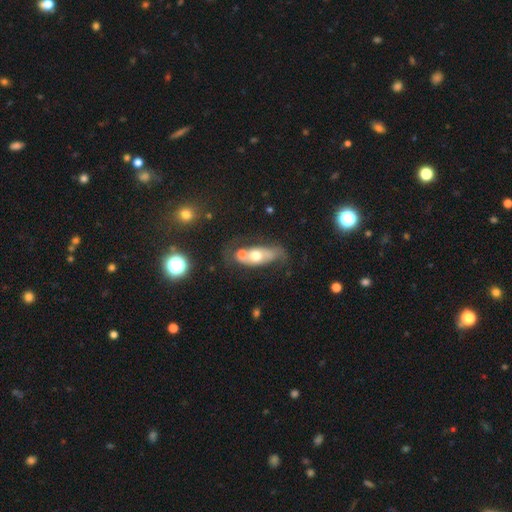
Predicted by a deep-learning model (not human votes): Q: Smooth or featured?
A: smooth (49%); runner-up: featured or disk (44%)
Q: Merging?
A: merger (37%); runner-up: none (31%)